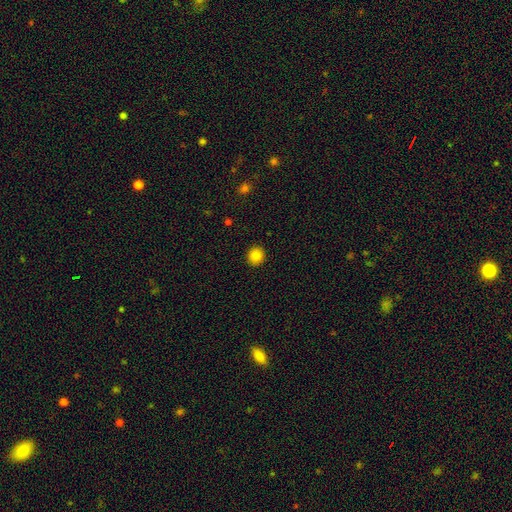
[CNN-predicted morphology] smooth 83%, star or artifact 11%, featured or disk 6%. Down the decision tree: how rounded — round (89%); merging — none (92%).